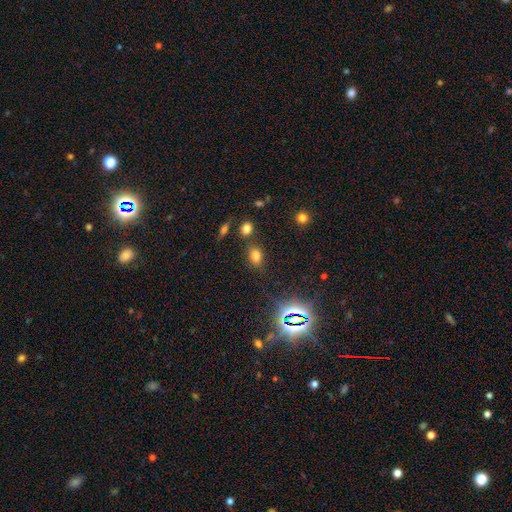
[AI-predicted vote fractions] This is likely a smooth galaxy (73%). How rounded: likely in between (79%). Merging: likely none (74%).